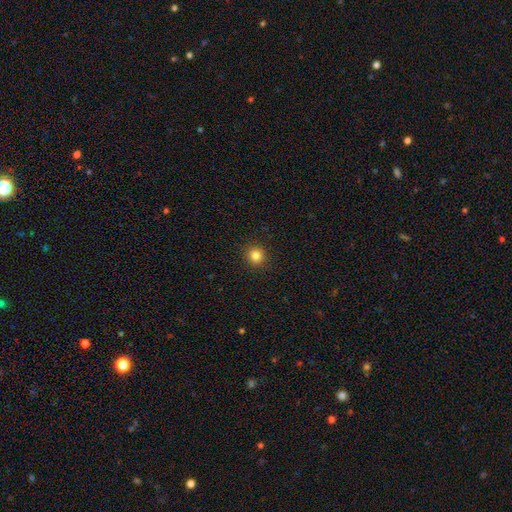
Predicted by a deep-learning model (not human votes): Smooth or featured?
  - smooth: 83% *
  - star or artifact: 12%
  - featured or disk: 5%
How rounded?
  - round: 91% *
  - in between: 8%
  - cigar-shaped: 1%
Merging?
  - none: 92% *
  - minor disturbance: 5%
  - major disturbance: 2%
  - merger: 1%